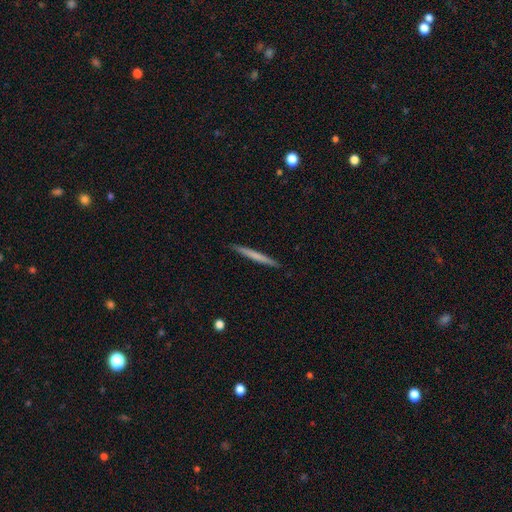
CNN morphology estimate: A smooth galaxy with no disk features (59%) that is cigar-shaped (97%).

Vote fractions:
- Smooth or featured? smooth: 59% / featured or disk: 36% / star or artifact: 5%
- How rounded? cigar-shaped: 97% / in between: 2% / round: 1%
- Merging? none: 92% / minor disturbance: 6% / major disturbance: 1% / merger: 1%